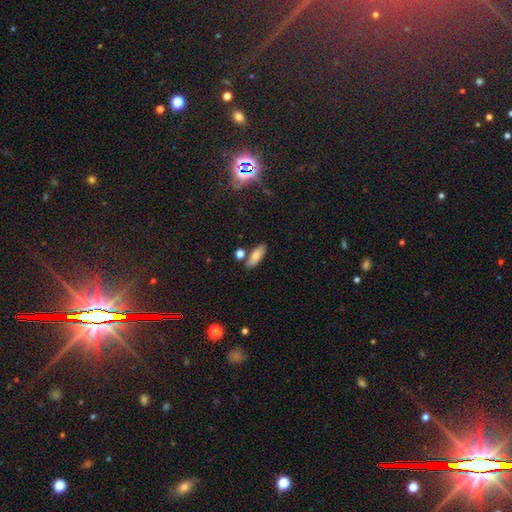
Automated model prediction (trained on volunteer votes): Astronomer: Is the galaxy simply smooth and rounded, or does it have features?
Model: smooth — 78%.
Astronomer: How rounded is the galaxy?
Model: in between — 72%.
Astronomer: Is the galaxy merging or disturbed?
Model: none — 77%.